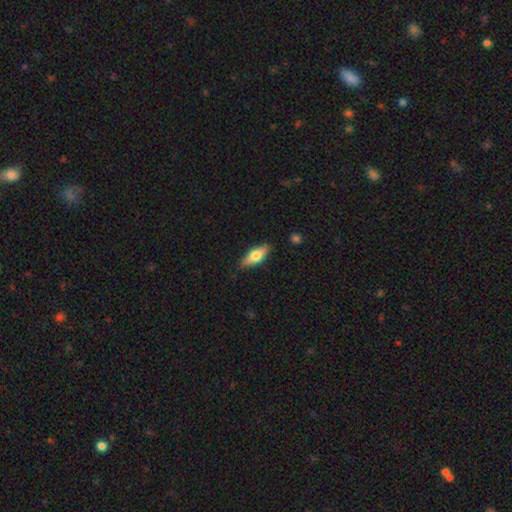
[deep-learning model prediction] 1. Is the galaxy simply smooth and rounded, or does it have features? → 65% smooth, 29% featured or disk, 6% star or artifact.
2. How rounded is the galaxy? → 67% in between, 31% cigar-shaped, 3% round.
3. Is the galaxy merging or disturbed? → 86% none, 11% minor disturbance, 2% major disturbance, 1% merger.